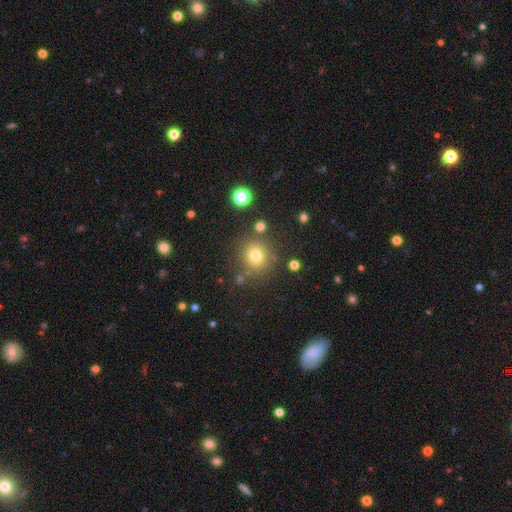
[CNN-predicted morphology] smooth_or_featured: smooth (p=0.75) [alt: star or artifact p=0.16]
how_rounded: round (p=0.88) [alt: in between p=0.11]
merging: none (p=0.81) [alt: minor disturbance p=0.09]